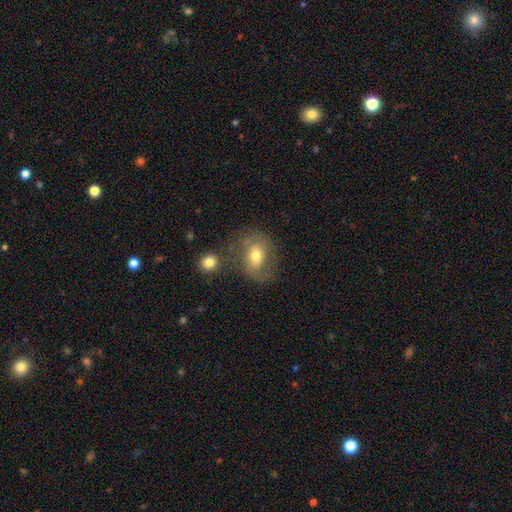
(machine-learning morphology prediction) A smooth galaxy with no disk features (54%) that is in between round and cigar-shaped (59%).

Vote fractions:
- Smooth or featured? smooth: 54% / featured or disk: 37% / star or artifact: 9%
- How rounded? in between: 59% / round: 39% / cigar-shaped: 1%
- Merging? none: 56% / minor disturbance: 20% / merger: 12% / major disturbance: 12%